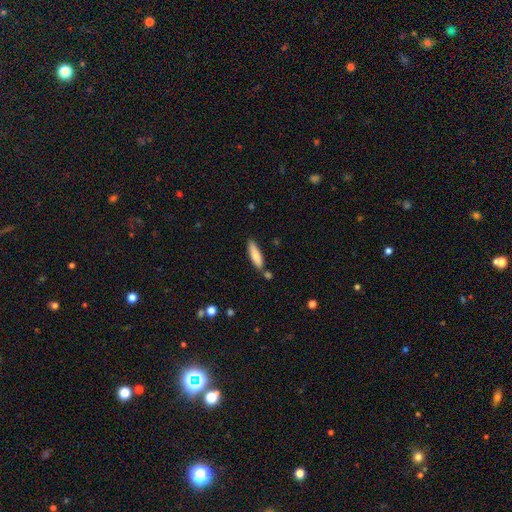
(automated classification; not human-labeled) A smooth galaxy with no disk features (72%) that is cigar-shaped (68%). Merging: none (79%).